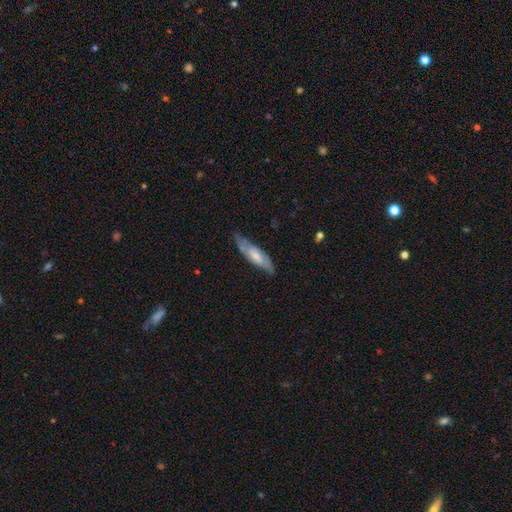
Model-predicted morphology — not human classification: type=featured or disk (49%); merging=none (65%).